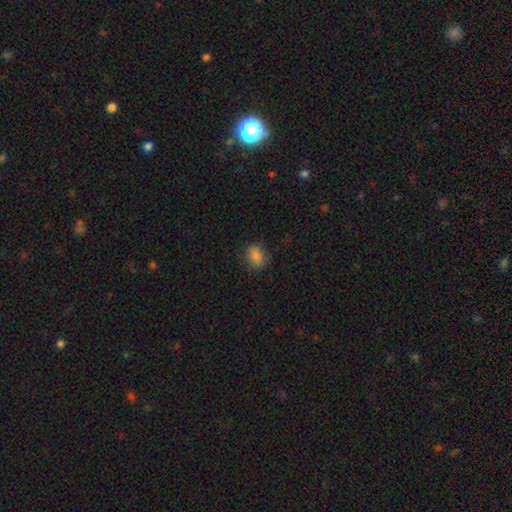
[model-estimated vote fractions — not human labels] Smooth or featured?
  - smooth: 84% *
  - star or artifact: 10%
  - featured or disk: 5%
How rounded?
  - in between: 59% *
  - round: 39%
  - cigar-shaped: 1%
Merging?
  - none: 79% *
  - minor disturbance: 16%
  - major disturbance: 4%
  - merger: 1%